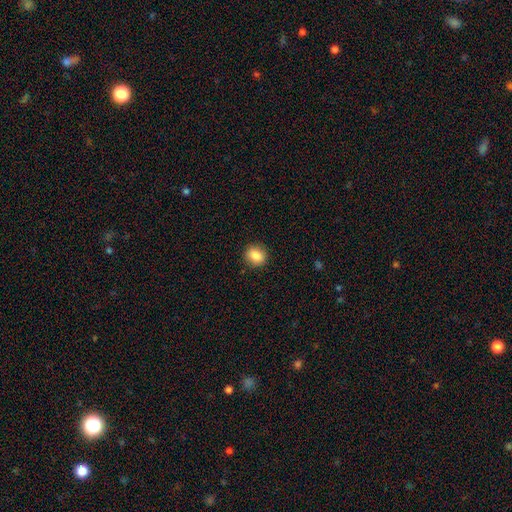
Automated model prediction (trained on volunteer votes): Morphology: type=smooth (86%); roundness=round (69%); merging=none (88%).